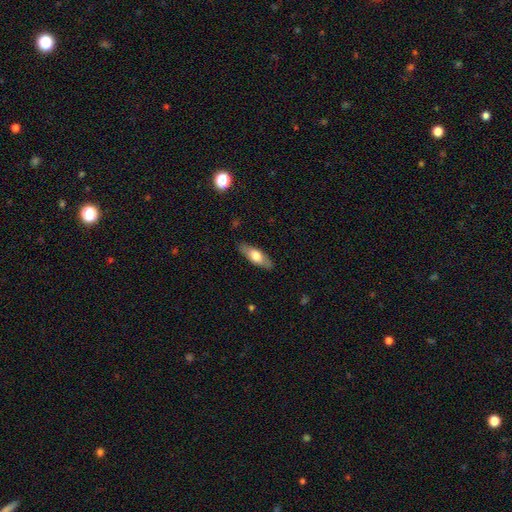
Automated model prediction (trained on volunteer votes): A smooth galaxy with no disk features (64%) that is in between round and cigar-shaped (63%). Merging: none (87%).